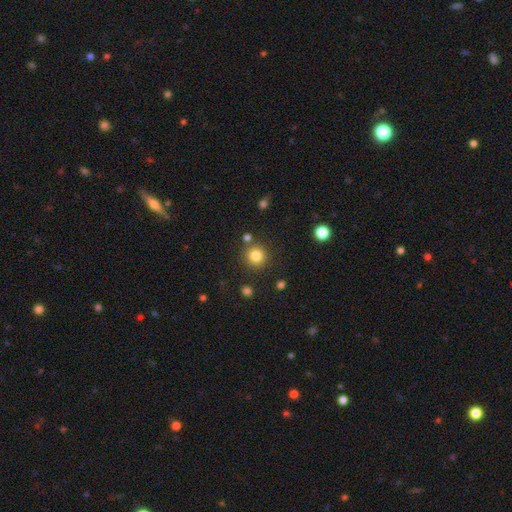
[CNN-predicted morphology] This is clearly a smooth galaxy (82%). How rounded: clearly round (94%). Merging: clearly none (85%).